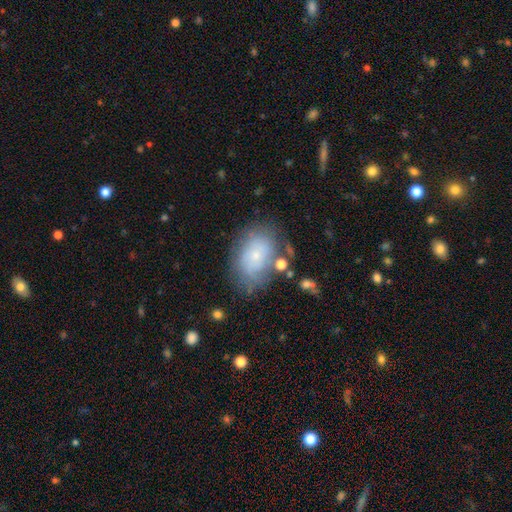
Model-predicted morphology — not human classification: smooth 53%, featured or disk 37%, star or artifact 10%. Down the decision tree: how rounded — in between (80%); merging — none (61%).